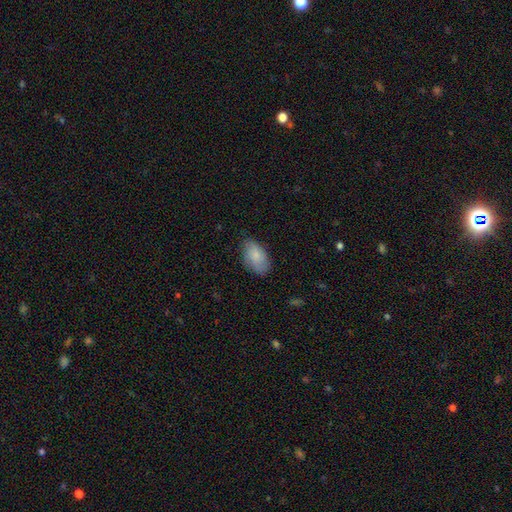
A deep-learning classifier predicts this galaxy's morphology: A smooth galaxy with no disk features (80%) that is in between round and cigar-shaped (94%). Merging: none (77%).